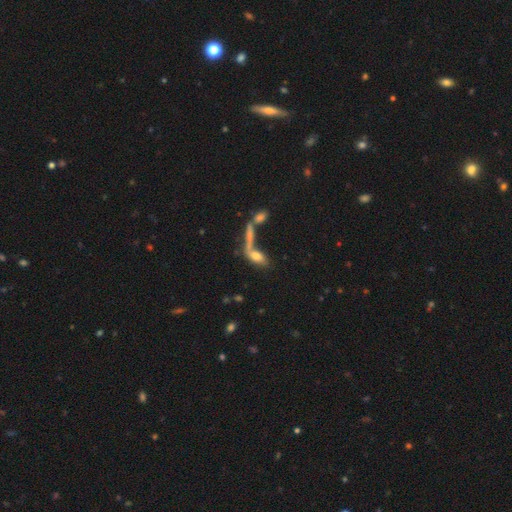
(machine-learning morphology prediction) Smooth or featured? Predicted: smooth (p=0.62). How rounded? Predicted: in between (p=0.67). Merging? Predicted: merger (p=0.45).